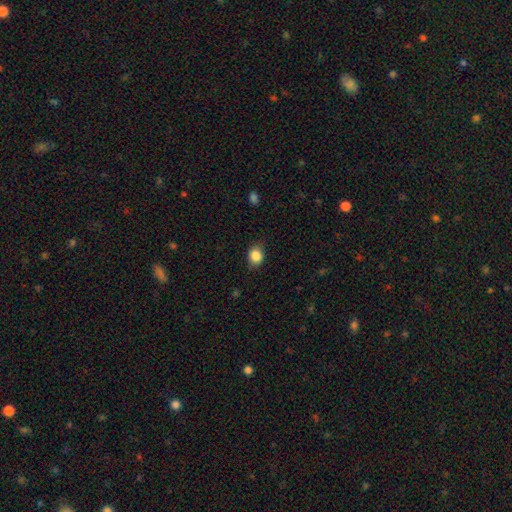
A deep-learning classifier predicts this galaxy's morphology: This appears to be a smooth galaxy with no disk features (86%) that is round (59%). Merging: none (80%).